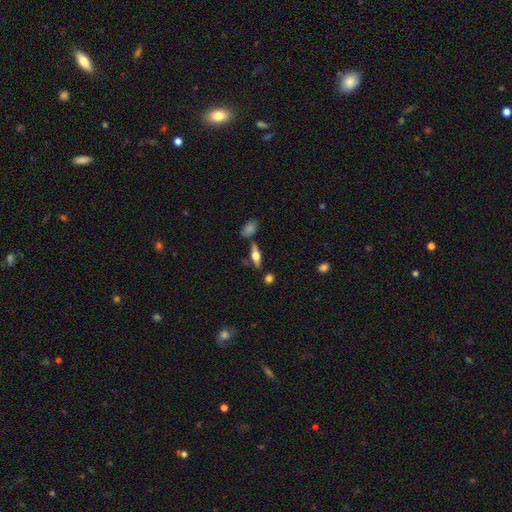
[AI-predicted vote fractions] Morphology: type=featured or disk (59%); edge-on=yes (94%); edge-on bulge=rounded (93%); merging=none (79%).